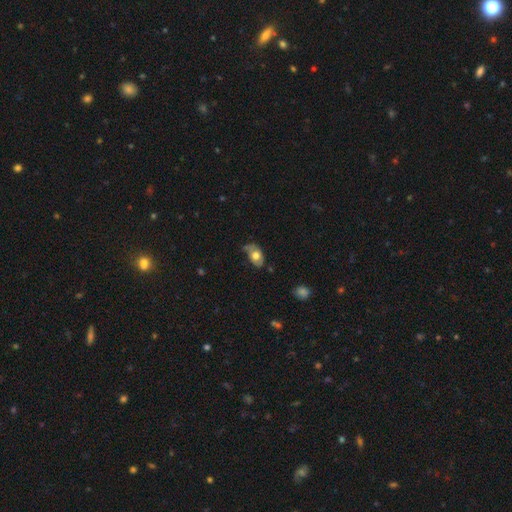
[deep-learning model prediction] This appears to be a smooth galaxy with no disk features (62%) that is in between round and cigar-shaped (87%). Merging: none (51%).